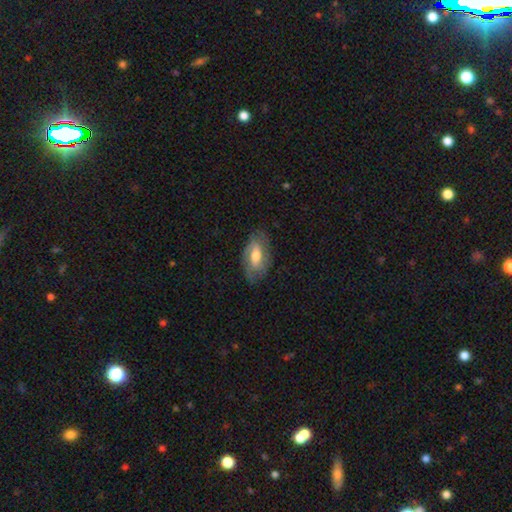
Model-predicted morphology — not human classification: Q: Smooth or featured?
A: featured or disk (55%); runner-up: smooth (39%)
Q: Edge-on disk?
A: no (90%); runner-up: yes (10%)
Q: Merging?
A: none (72%); runner-up: minor disturbance (20%)